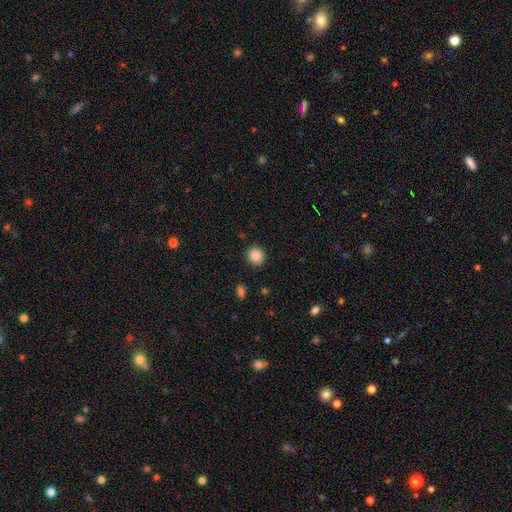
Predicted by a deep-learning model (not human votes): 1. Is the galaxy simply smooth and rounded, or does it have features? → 87% smooth, 9% star or artifact, 4% featured or disk.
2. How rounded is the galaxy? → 89% round, 11% in between, 1% cigar-shaped.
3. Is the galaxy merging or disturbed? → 90% none, 6% minor disturbance, 2% major disturbance, 1% merger.